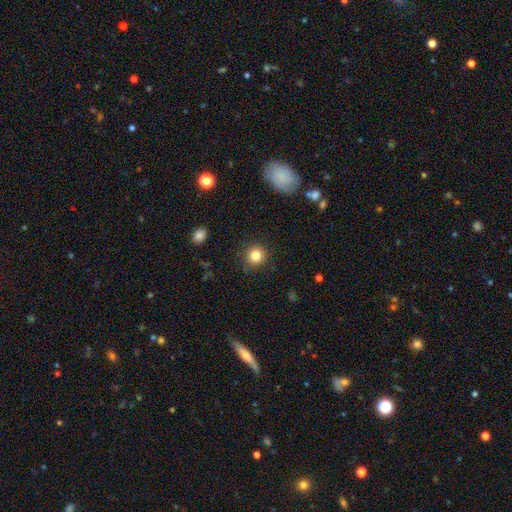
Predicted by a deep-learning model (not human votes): smooth_or_featured: smooth (p=0.83) [alt: star or artifact p=0.11]
how_rounded: round (p=0.91) [alt: in between p=0.08]
merging: none (p=0.89) [alt: minor disturbance p=0.08]